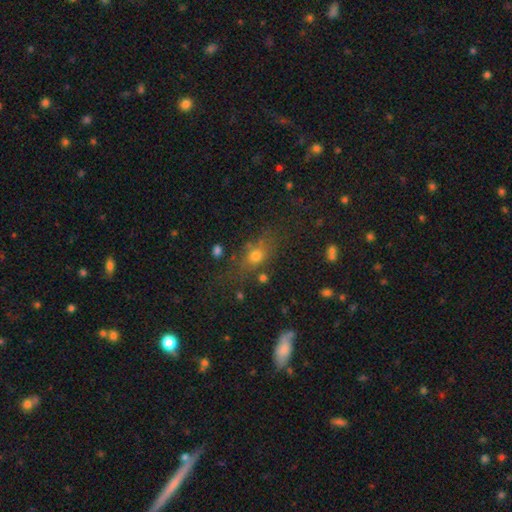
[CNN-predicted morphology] This appears to be a smooth galaxy with no disk features (65%) that is in between round and cigar-shaped (54%). Merging: none (66%).